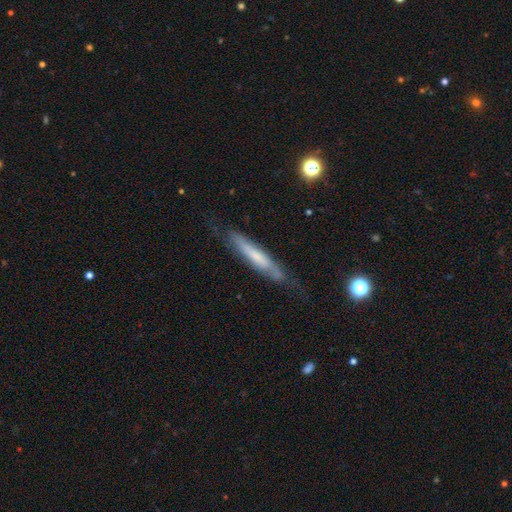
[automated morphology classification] type=featured or disk (55%); edge-on=yes (70%); merging=none (66%).